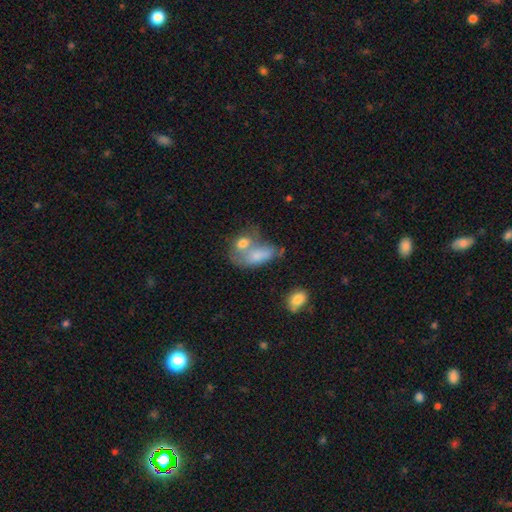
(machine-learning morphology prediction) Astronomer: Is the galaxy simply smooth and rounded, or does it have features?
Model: smooth — 72%.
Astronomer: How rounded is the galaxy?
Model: in between — 84%.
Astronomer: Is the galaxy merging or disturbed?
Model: merger — 56%.